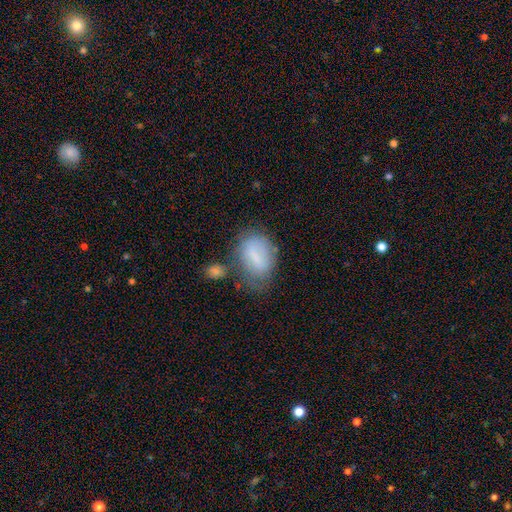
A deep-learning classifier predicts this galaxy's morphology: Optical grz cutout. It shows a smooth galaxy with no disk features (67%) that is in between round and cigar-shaped (80%). Merging: none (44%).